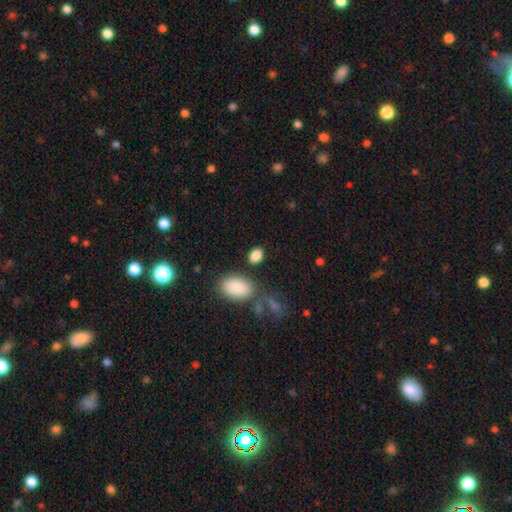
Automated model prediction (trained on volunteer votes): smooth-or-featured: smooth: 87% | star or artifact: 9% | featured or disk: 5%
  how-rounded: in between: 81% | round: 17% | cigar-shaped: 2%
  merging: none: 78% | minor disturbance: 11% | merger: 7% | major disturbance: 4%